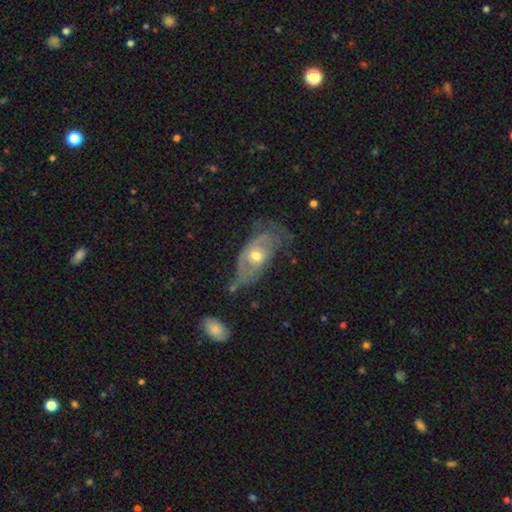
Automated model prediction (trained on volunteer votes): This is likely a featured or disk galaxy (70%). It is clearly not viewed edge-on (89%). Bar: likely no (73%). Spiral arm pattern: likely yes (70%). Central bulge: likely moderate (63%). Merging: possibly none (47%).